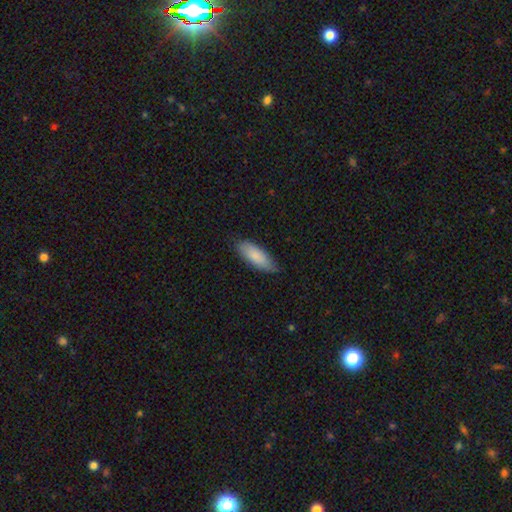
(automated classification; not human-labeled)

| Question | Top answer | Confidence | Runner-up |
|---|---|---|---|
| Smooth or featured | smooth | 86% | featured or disk (9%) |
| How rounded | in between | 71% | cigar-shaped (27%) |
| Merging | none | 79% | minor disturbance (17%) |